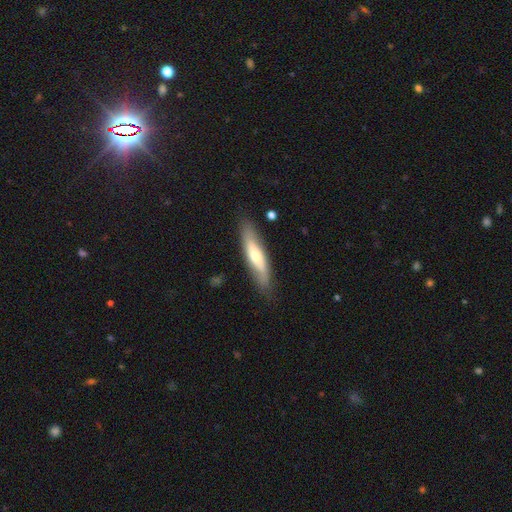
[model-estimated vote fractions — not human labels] smooth_or_featured: smooth (p=0.51) [alt: featured or disk p=0.44]
how_rounded: cigar-shaped (p=0.70) [alt: in between p=0.29]
merging: none (p=0.79) [alt: minor disturbance p=0.15]